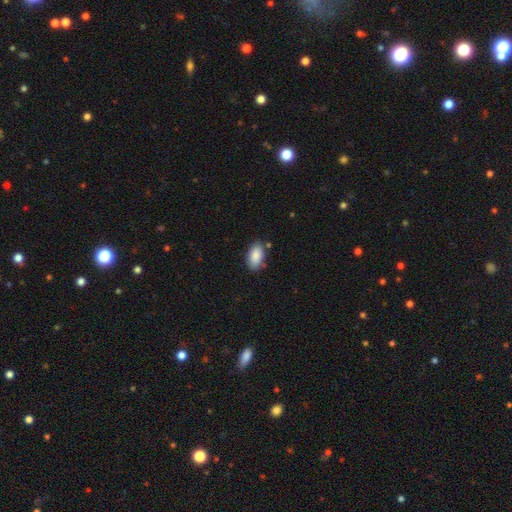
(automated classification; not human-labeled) smooth_or_featured: smooth (p=0.88) [alt: star or artifact p=0.06]
how_rounded: in between (p=0.94) [alt: round p=0.04]
merging: none (p=0.81) [alt: minor disturbance p=0.14]